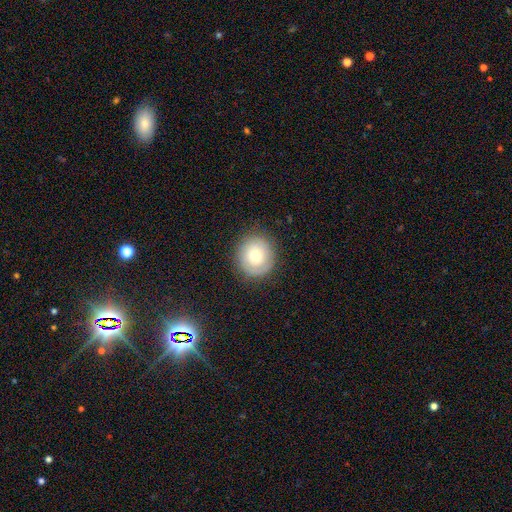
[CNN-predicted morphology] type=smooth (62%); roundness=round (89%); merging=none (84%).